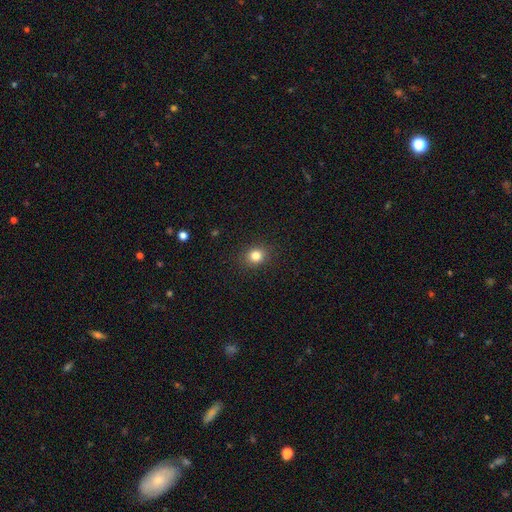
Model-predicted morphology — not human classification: Smooth or featured?
  - smooth: 83% *
  - star or artifact: 12%
  - featured or disk: 5%
How rounded?
  - round: 72% *
  - in between: 27%
  - cigar-shaped: 1%
Merging?
  - none: 89% *
  - minor disturbance: 8%
  - major disturbance: 3%
  - merger: 1%